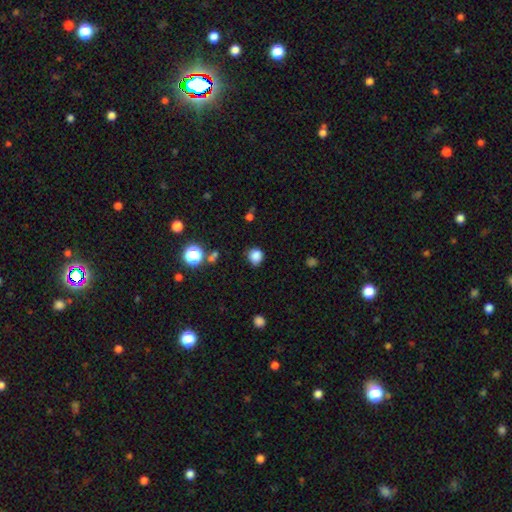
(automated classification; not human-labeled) Smooth or featured? smooth (83%)
How rounded? round (82%)
Merging? none (76%)